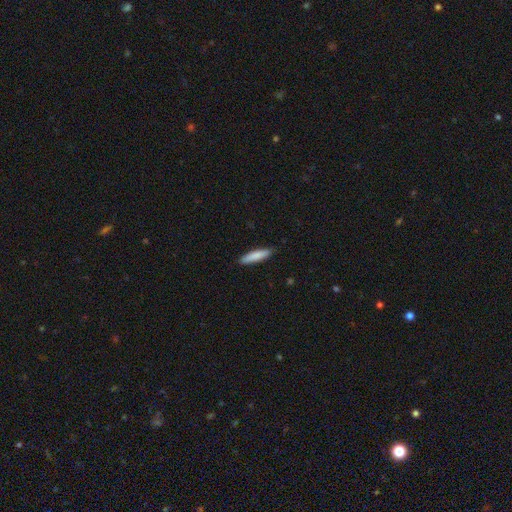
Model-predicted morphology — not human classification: Smooth or featured? Predicted: smooth (p=0.83). How rounded? Predicted: cigar-shaped (p=0.83). Merging? Predicted: none (p=0.89).